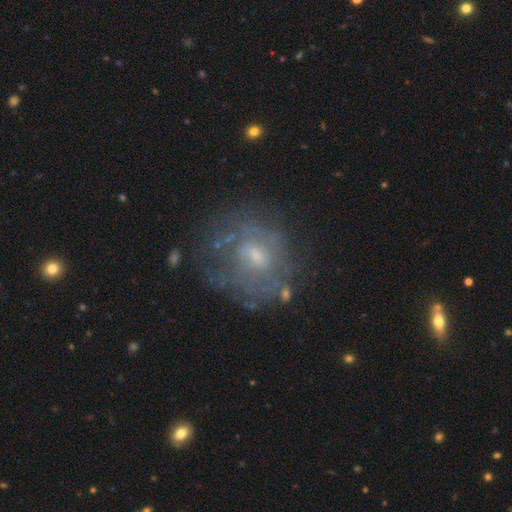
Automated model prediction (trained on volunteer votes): This appears to be a featured or disk galaxy (64%) with no bar (64%), no spiral arms (52%) and a small central bulge (57%). Merging: none (64%).